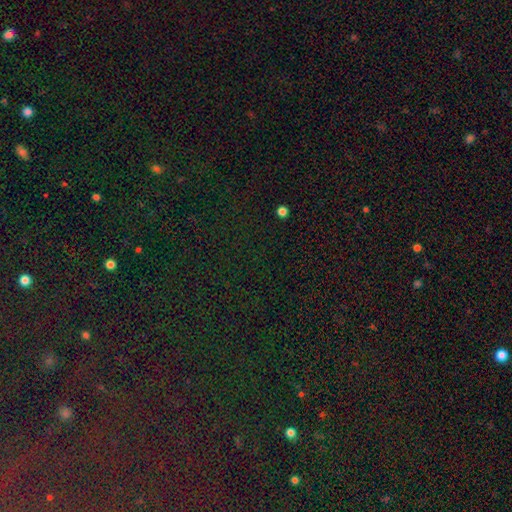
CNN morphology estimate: type=star or artifact (82%).